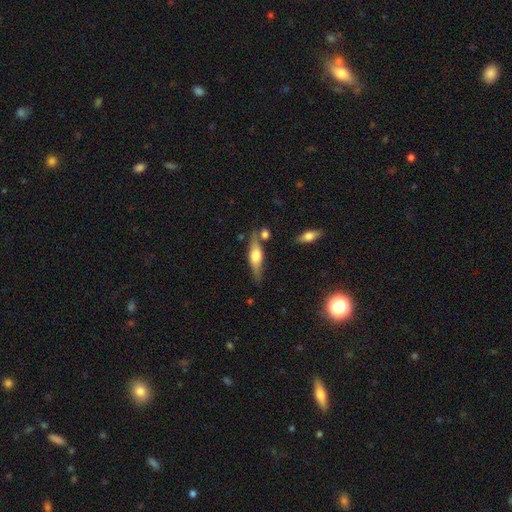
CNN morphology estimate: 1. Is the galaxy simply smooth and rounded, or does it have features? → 57% featured or disk, 37% smooth, 6% star or artifact.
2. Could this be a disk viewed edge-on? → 93% yes, 7% no.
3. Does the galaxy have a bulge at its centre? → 88% rounded, 10% boxy, 2% none.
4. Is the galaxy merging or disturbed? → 75% none, 14% minor disturbance, 8% merger, 3% major disturbance.